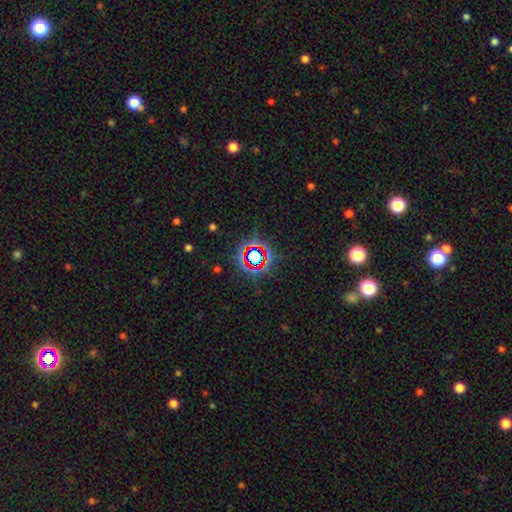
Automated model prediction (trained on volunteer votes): Smooth or featured: star or artifact — 70% (smooth — 18%)